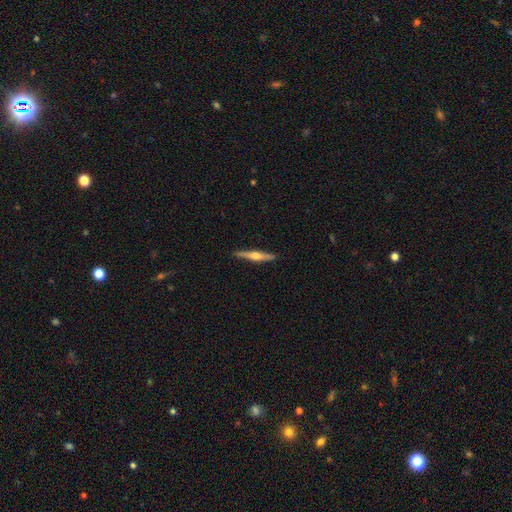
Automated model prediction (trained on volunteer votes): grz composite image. It shows a featured or disk galaxy (71%) viewed edge-on (98%) with a rounded central bulge (93%). Merging: none (91%).